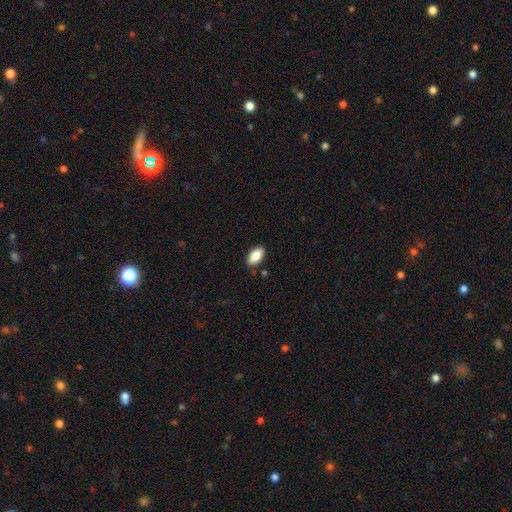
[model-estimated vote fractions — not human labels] The model was most divided on "merging": none: 86%, minor disturbance: 10%, major disturbance: 2%, merger: 1%. More confident: how rounded — in between (94%); smooth or featured — smooth (87%).